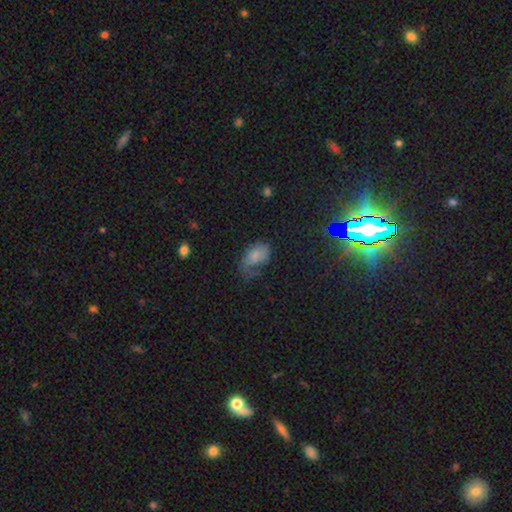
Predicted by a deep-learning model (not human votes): smooth 63%, featured or disk 24%, star or artifact 13%. Down the decision tree: how rounded — in between (88%); merging — major disturbance (35%).